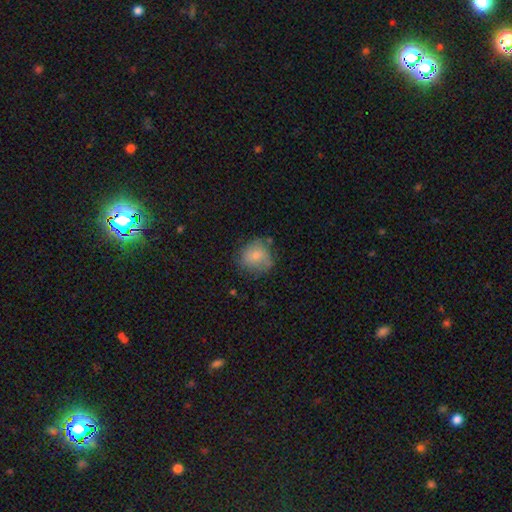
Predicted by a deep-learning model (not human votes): Smooth or featured? smooth (73%)
How rounded? round (79%)
Merging? none (61%)